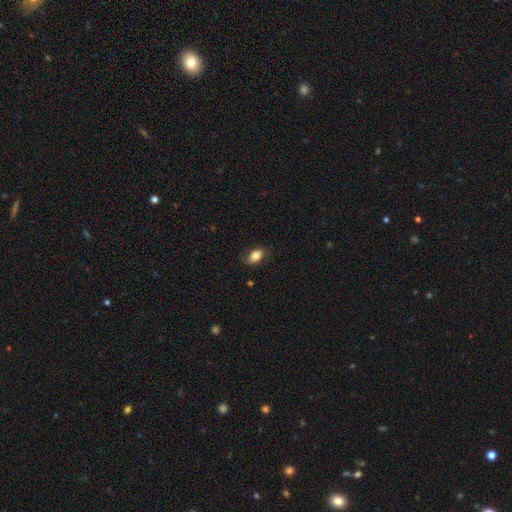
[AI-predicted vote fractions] Morphology: type=smooth (79%); roundness=in between (89%); merging=none (77%).